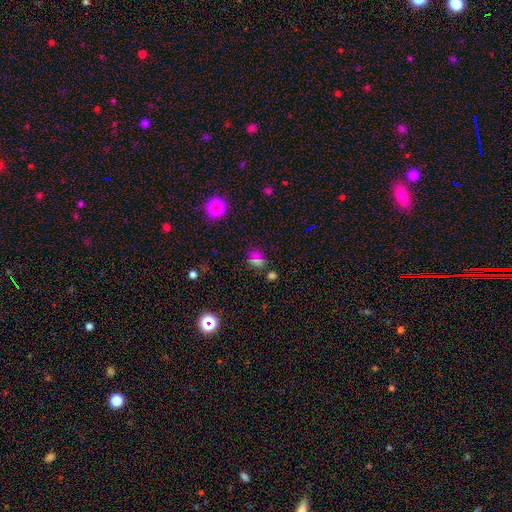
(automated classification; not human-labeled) Q: Smooth or featured?
A: smooth (56%); runner-up: star or artifact (38%)
Q: How rounded?
A: round (54%); runner-up: in between (44%)
Q: Merging?
A: none (81%); runner-up: minor disturbance (11%)